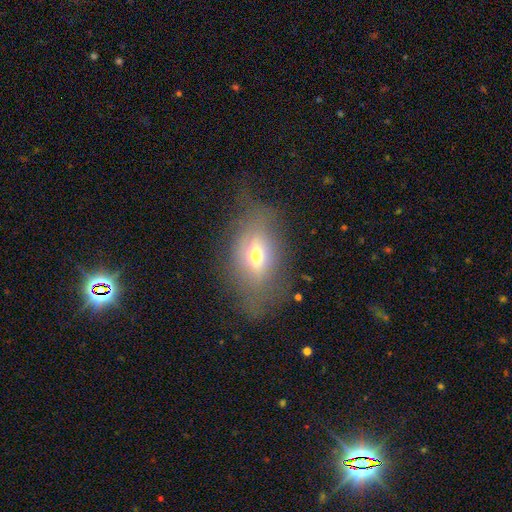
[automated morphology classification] smooth_or_featured: smooth (p=0.53) [alt: featured or disk p=0.35]
how_rounded: in between (p=0.80) [alt: round p=0.12]
merging: none (p=0.56) [alt: minor disturbance p=0.24]